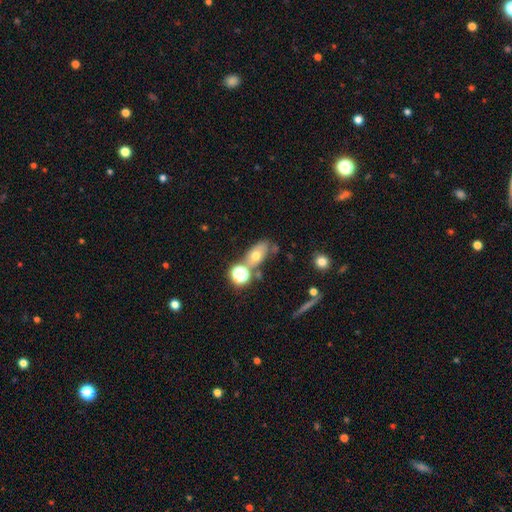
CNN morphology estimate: Smooth or featured: smooth — 62% (featured or disk — 24%)
How rounded: in between — 77% (round — 17%)
Merging: none — 55% (merger — 22%)